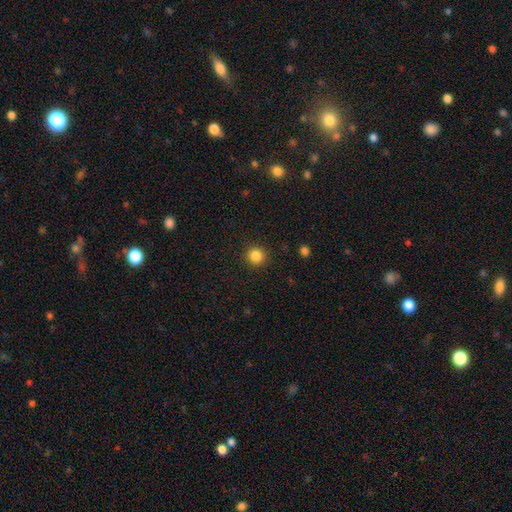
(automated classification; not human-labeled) Overall: smooth (85%). How rounded: round (94%). Merging: none (91%).